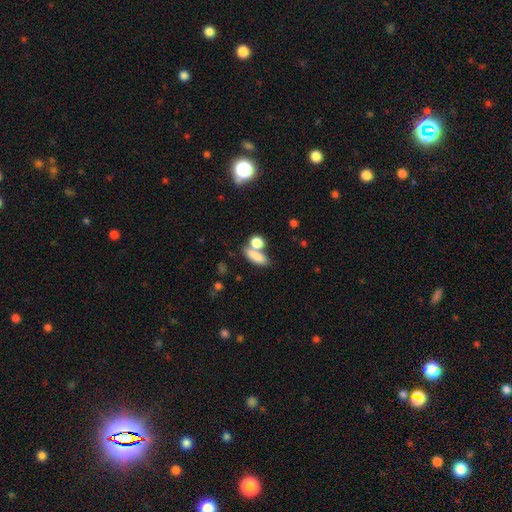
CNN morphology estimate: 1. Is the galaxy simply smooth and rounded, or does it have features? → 81% smooth, 10% featured or disk, 9% star or artifact.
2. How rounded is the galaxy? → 67% in between, 22% cigar-shaped, 12% round.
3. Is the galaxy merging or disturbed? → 48% none, 35% merger, 11% minor disturbance, 6% major disturbance.